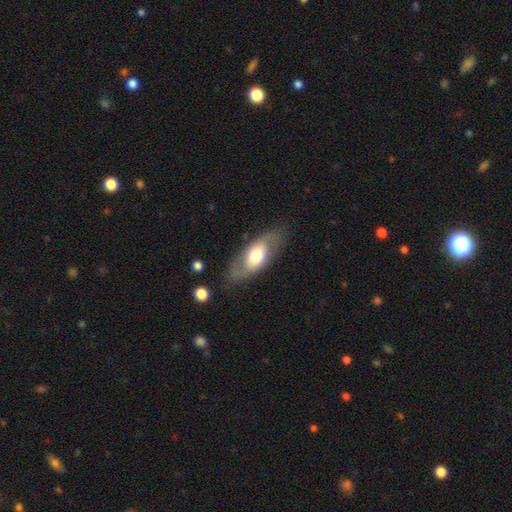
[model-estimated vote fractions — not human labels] smooth-or-featured: featured or disk: 49% | smooth: 45% | star or artifact: 5%
  merging: none: 77% | minor disturbance: 15% | major disturbance: 6% | merger: 2%